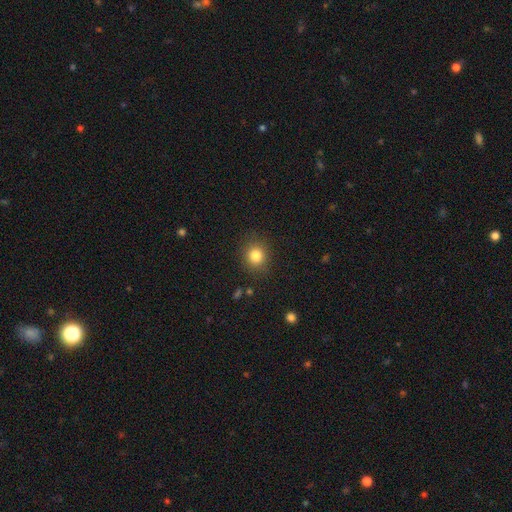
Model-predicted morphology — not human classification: Smooth or featured?
  - smooth: 83% *
  - star or artifact: 11%
  - featured or disk: 6%
How rounded?
  - round: 83% *
  - in between: 16%
  - cigar-shaped: 1%
Merging?
  - none: 88% *
  - minor disturbance: 8%
  - major disturbance: 3%
  - merger: 1%